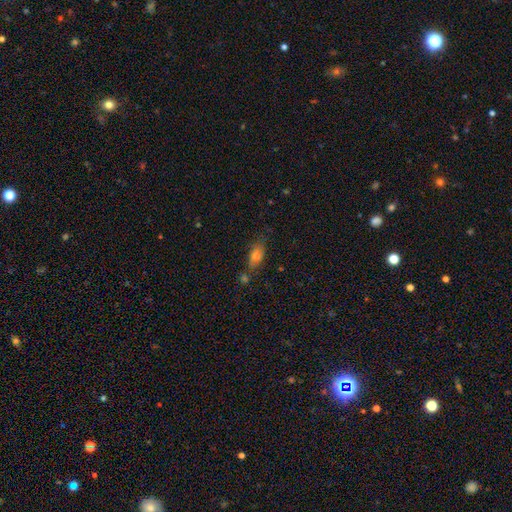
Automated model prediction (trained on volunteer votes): This appears to be a smooth galaxy with no disk features (66%) that is in between round and cigar-shaped (68%). Merging: none (61%).